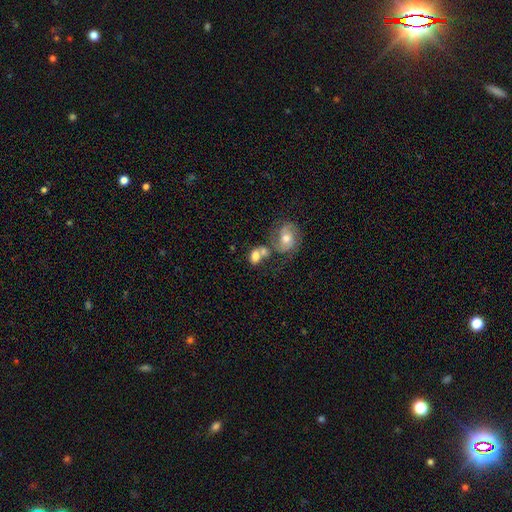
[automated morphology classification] This is likely a smooth galaxy (62%). How rounded: likely in between (68%). Merging: possibly merger (50%).